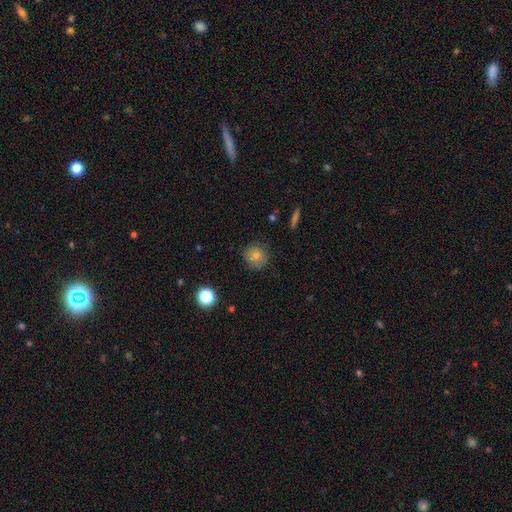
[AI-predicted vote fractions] Smooth or featured: smooth — 78% (star or artifact — 12%)
How rounded: round — 91% (in between — 8%)
Merging: none — 82% (minor disturbance — 13%)